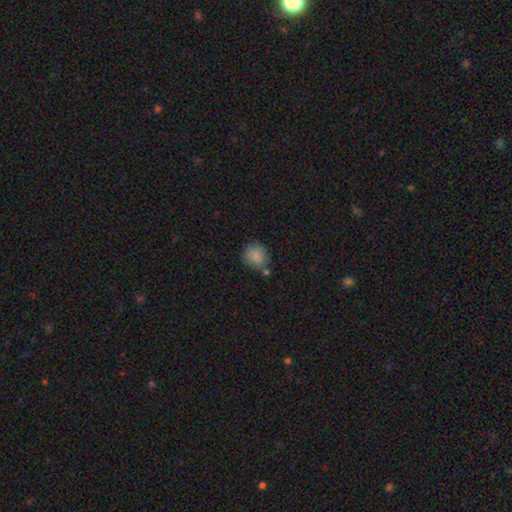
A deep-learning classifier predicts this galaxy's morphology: Smooth or featured? smooth (85%)
How rounded? round (78%)
Merging? none (66%)